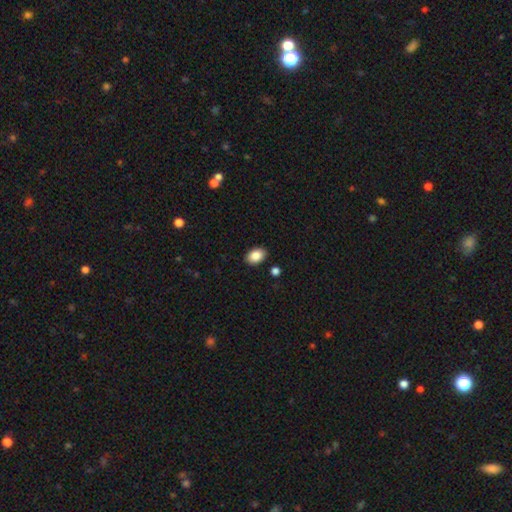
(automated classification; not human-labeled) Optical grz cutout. It shows a smooth galaxy with no disk features (87%) that is in between round and cigar-shaped (85%). Merging: none (88%).